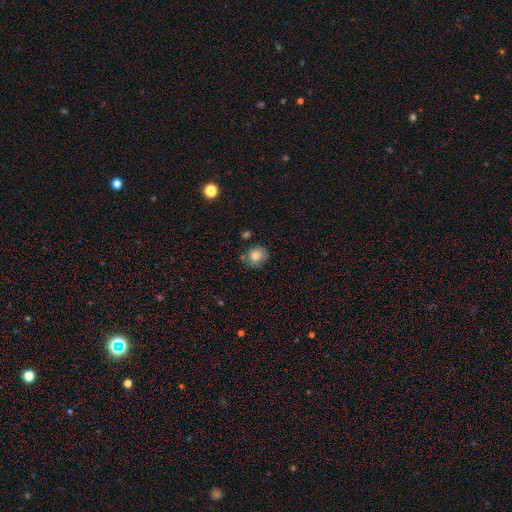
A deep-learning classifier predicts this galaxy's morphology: Overall: smooth (82%). How rounded: round (75%). Merging: none (72%).